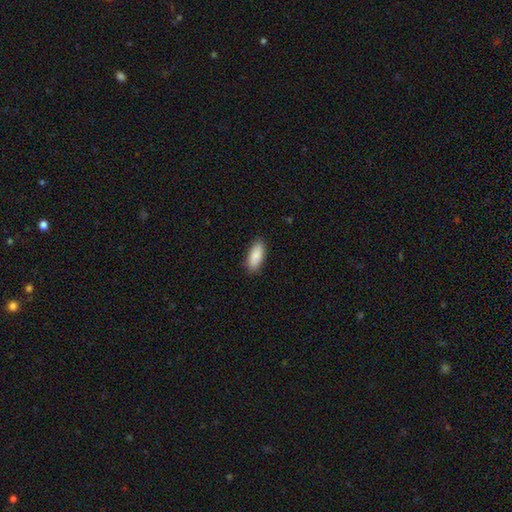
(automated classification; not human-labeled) This is clearly a smooth galaxy (89%). How rounded: clearly in between (83%). Merging: clearly none (88%).